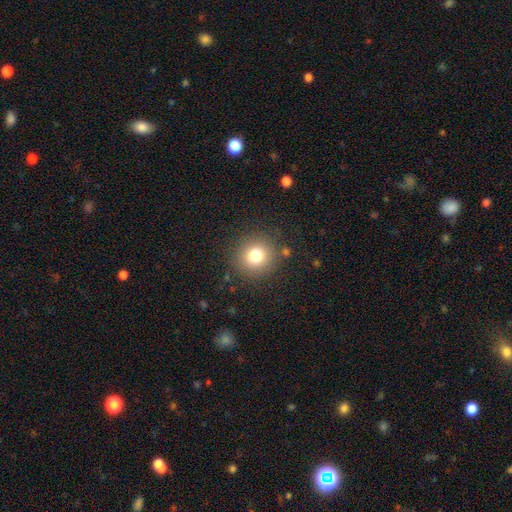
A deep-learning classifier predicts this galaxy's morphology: This appears to be a smooth galaxy with no disk features (77%) that is round (93%). Merging: none (87%).